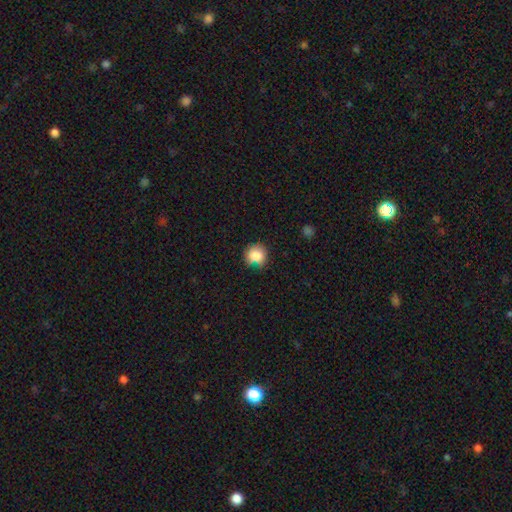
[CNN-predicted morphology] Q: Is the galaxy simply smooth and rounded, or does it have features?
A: smooth — 83%.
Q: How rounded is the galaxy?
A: round — 89%.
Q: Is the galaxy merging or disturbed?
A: none — 75%.